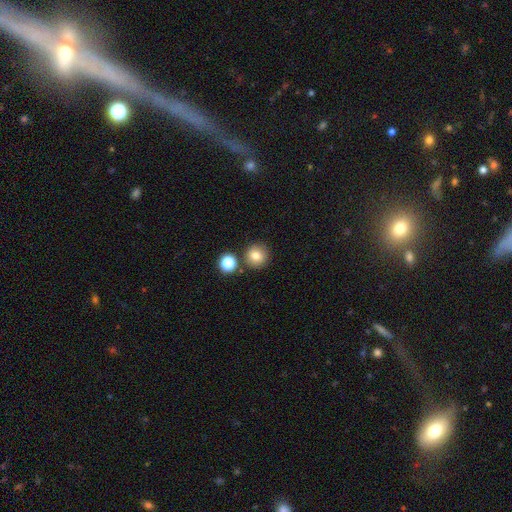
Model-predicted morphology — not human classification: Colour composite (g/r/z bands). It shows a smooth galaxy with no disk features (80%) that is round (93%). Merging: none (81%).